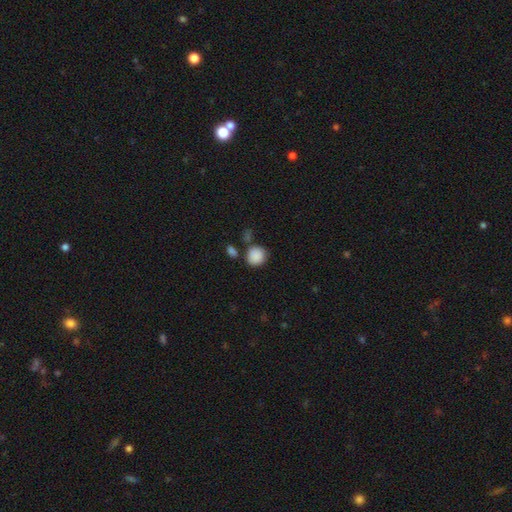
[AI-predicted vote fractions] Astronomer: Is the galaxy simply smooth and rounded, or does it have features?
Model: smooth — 88%.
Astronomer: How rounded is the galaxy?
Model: round — 83%.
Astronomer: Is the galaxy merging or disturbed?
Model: none — 66%.